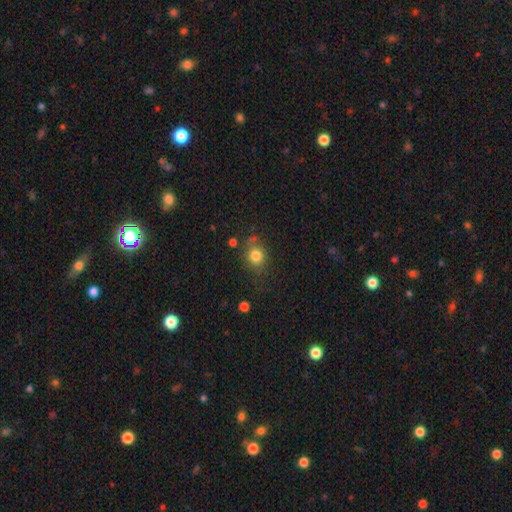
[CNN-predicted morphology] A smooth galaxy with no disk features (80%) that is round (71%). Merging: none (67%).